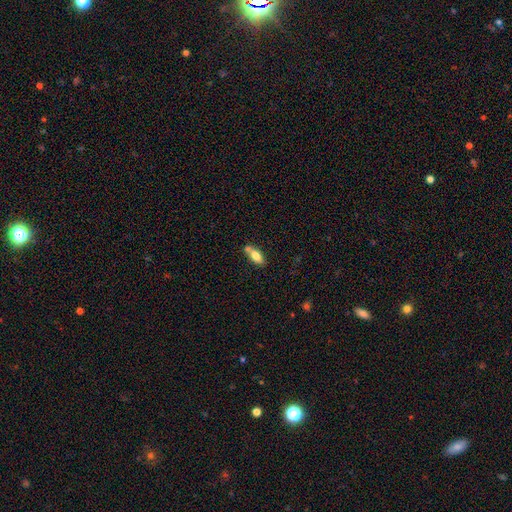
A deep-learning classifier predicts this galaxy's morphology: Q: Smooth or featured?
A: smooth (69%); runner-up: featured or disk (24%)
Q: How rounded?
A: in between (73%); runner-up: cigar-shaped (23%)
Q: Merging?
A: none (55%); runner-up: merger (25%)